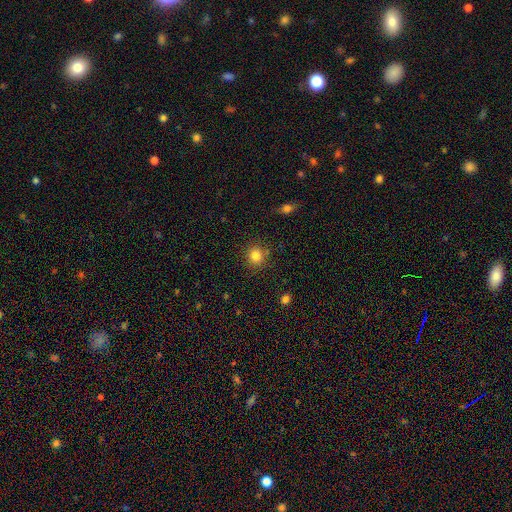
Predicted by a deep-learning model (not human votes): Smooth or featured? Predicted: smooth (p=0.84). How rounded? Predicted: round (p=0.89). Merging? Predicted: none (p=0.84).